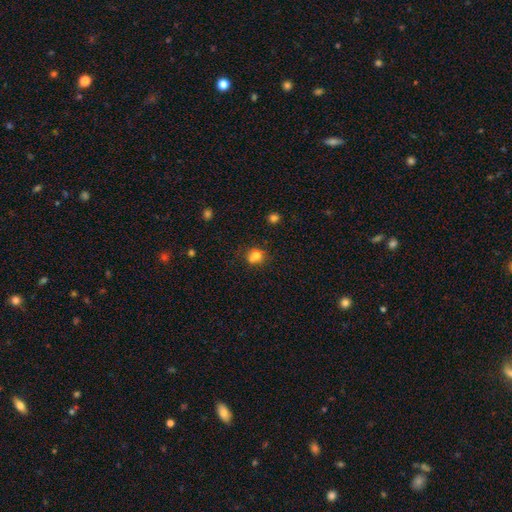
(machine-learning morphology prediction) Overall: smooth (75%). How rounded: round (72%). Merging: none (53%; merger 22%).